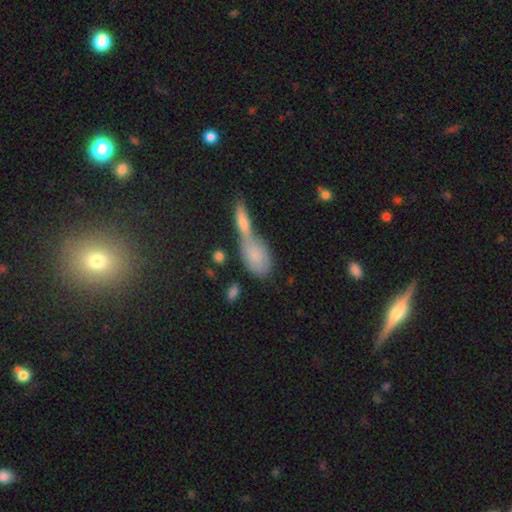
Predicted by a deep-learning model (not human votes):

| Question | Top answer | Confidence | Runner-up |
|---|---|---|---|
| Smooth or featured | smooth | 76% | featured or disk (16%) |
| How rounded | in between | 82% | cigar-shaped (9%) |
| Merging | merger | 49% | none (32%) |